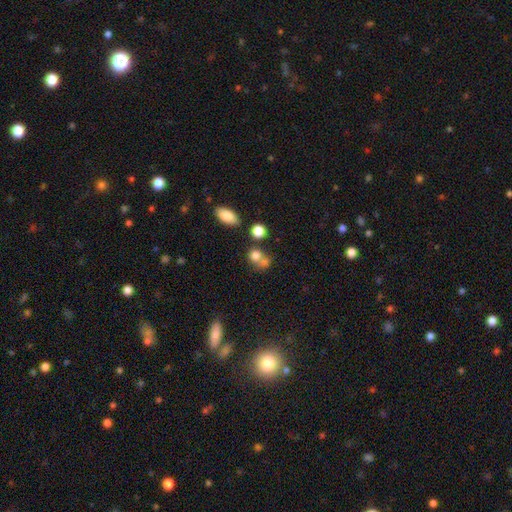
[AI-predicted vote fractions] Smooth or featured? smooth (77%)
How rounded? round (72%)
Merging? merger (45%)